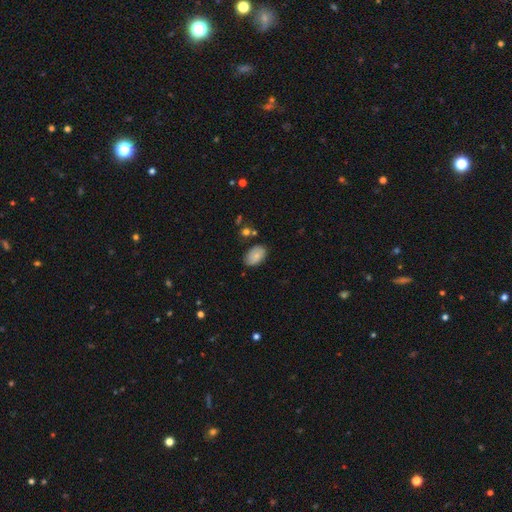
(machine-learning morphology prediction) Smooth or featured? smooth (77%)
How rounded? in between (91%)
Merging? none (74%)